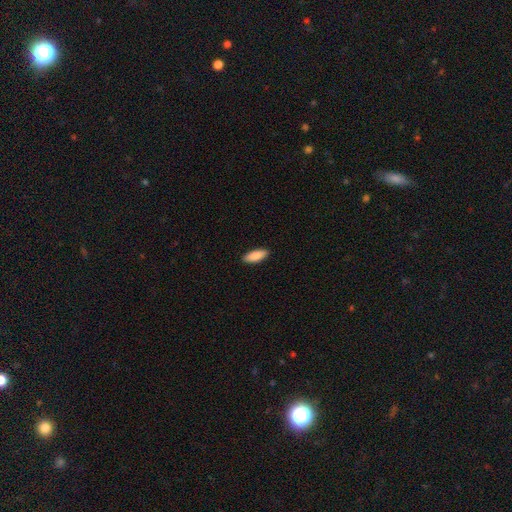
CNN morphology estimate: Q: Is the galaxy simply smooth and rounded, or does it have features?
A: smooth — 88%.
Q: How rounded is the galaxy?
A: in between — 73%.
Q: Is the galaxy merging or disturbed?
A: none — 91%.